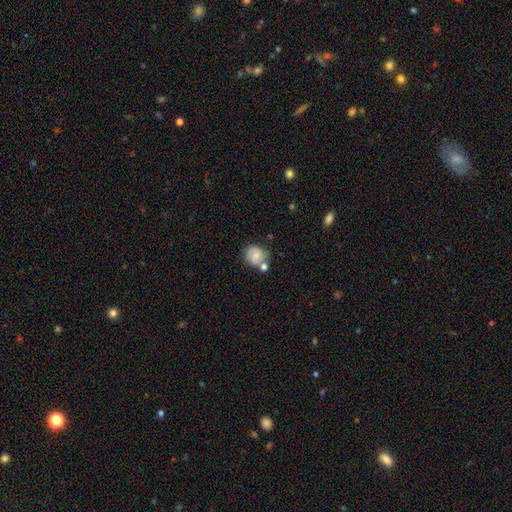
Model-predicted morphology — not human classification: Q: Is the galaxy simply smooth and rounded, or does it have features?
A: smooth — 56%.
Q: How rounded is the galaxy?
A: round — 75%.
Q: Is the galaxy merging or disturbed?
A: none — 50%.